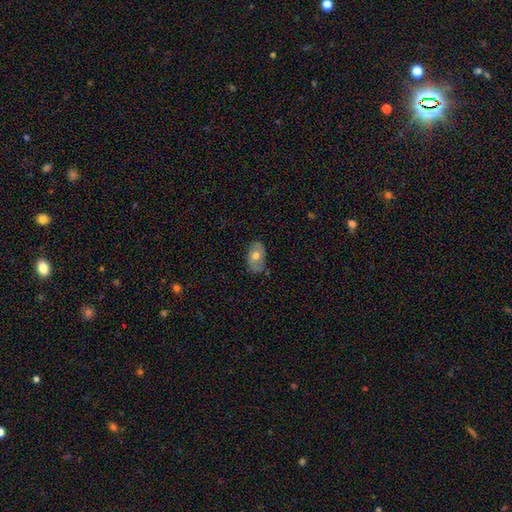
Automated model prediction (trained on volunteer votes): Q: Smooth or featured?
A: smooth (63%); runner-up: featured or disk (30%)
Q: How rounded?
A: in between (89%); runner-up: round (9%)
Q: Merging?
A: none (74%); runner-up: minor disturbance (20%)